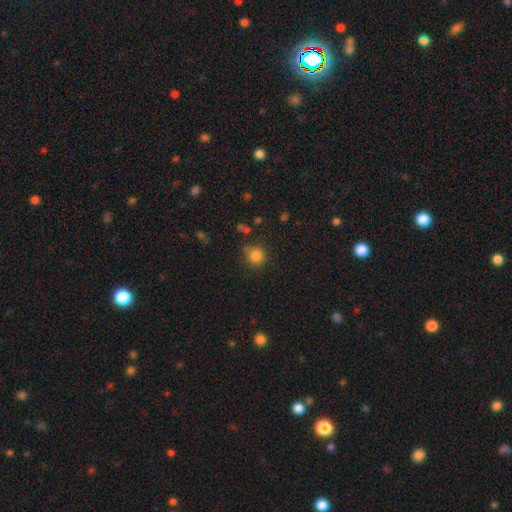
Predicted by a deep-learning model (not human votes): Smooth or featured?
  - smooth: 83% *
  - star or artifact: 13%
  - featured or disk: 5%
How rounded?
  - round: 91% *
  - in between: 8%
  - cigar-shaped: 1%
Merging?
  - none: 80% *
  - minor disturbance: 11%
  - merger: 5%
  - major disturbance: 4%